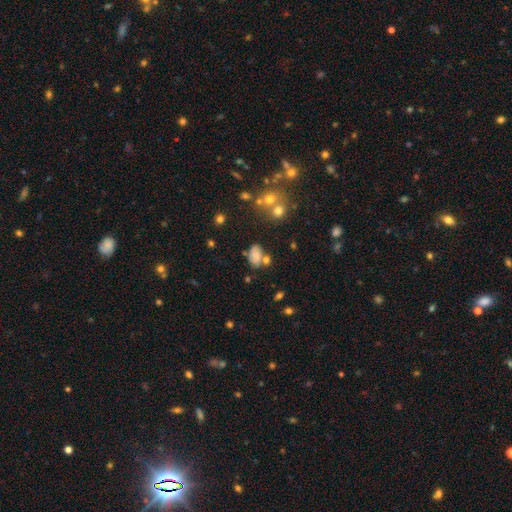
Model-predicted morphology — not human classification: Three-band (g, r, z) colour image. It shows a smooth galaxy with no disk features (64%) that is in between round and cigar-shaped (87%). Merging: none (52%).